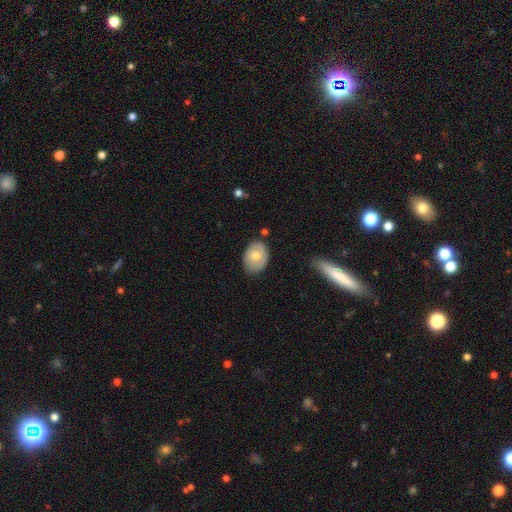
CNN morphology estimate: smooth 61%, featured or disk 32%, star or artifact 7%. Down the decision tree: how rounded — in between (70%); merging — none (73%).